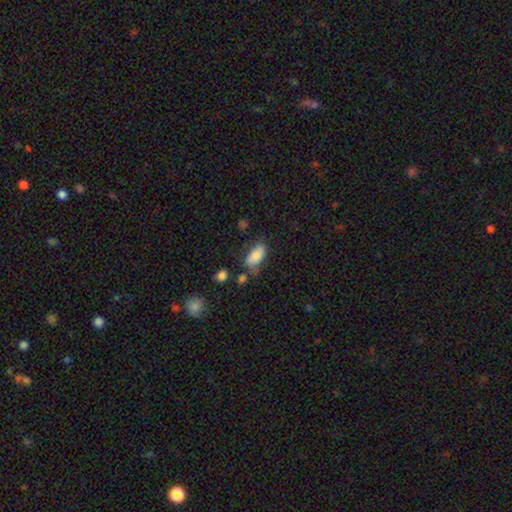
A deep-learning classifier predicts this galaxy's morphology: A smooth galaxy with no disk features (82%) that is in between round and cigar-shaped (88%).

Vote fractions:
- Smooth or featured? smooth: 82% / featured or disk: 10% / star or artifact: 8%
- How rounded? in between: 88% / cigar-shaped: 10% / round: 3%
- Merging? none: 58% / minor disturbance: 26% / major disturbance: 8% / merger: 8%